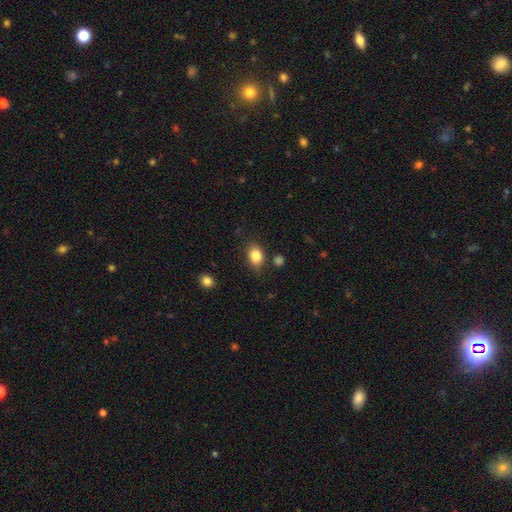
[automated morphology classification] This appears to be a smooth galaxy with no disk features (84%) that is in between round and cigar-shaped (71%). Merging: none (79%).